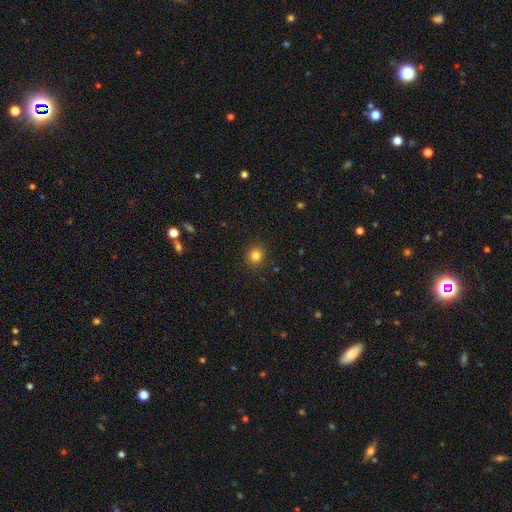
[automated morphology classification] The model was most divided on "smooth or featured": smooth: 82%, star or artifact: 13%, featured or disk: 5%. More confident: merging — none (89%); how rounded — round (86%).